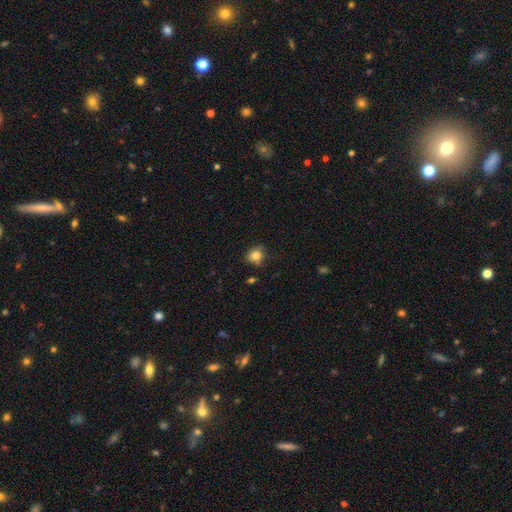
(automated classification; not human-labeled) Smooth or featured?
  - smooth: 82% *
  - star or artifact: 11%
  - featured or disk: 7%
How rounded?
  - round: 71% *
  - in between: 28%
  - cigar-shaped: 1%
Merging?
  - none: 72% *
  - minor disturbance: 20%
  - major disturbance: 4%
  - merger: 3%